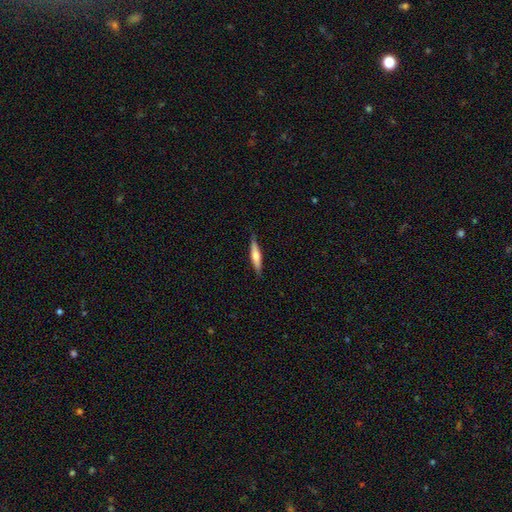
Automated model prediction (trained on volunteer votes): This appears to be a featured or disk galaxy (49%). Merging: none (88%).